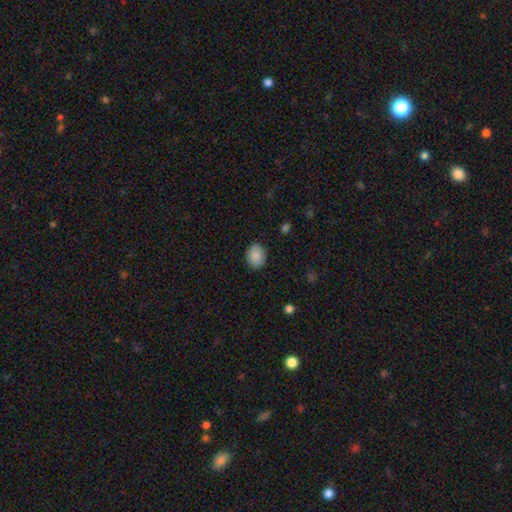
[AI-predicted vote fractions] This appears to be a smooth galaxy with no disk features (89%) that is in between round and cigar-shaped (53%). Merging: none (88%).